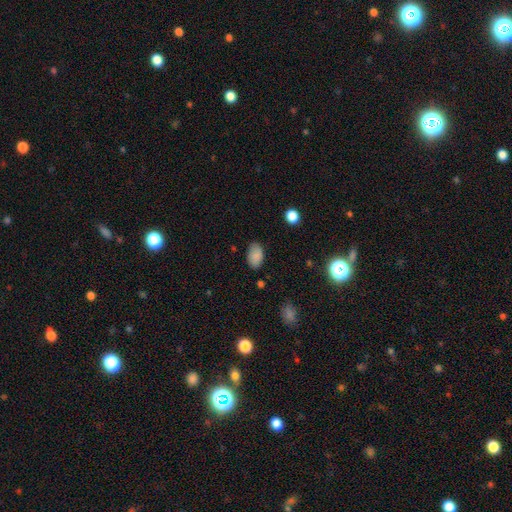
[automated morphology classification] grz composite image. It shows a smooth galaxy with no disk features (86%) that is in between round and cigar-shaped (92%). Merging: none (81%).